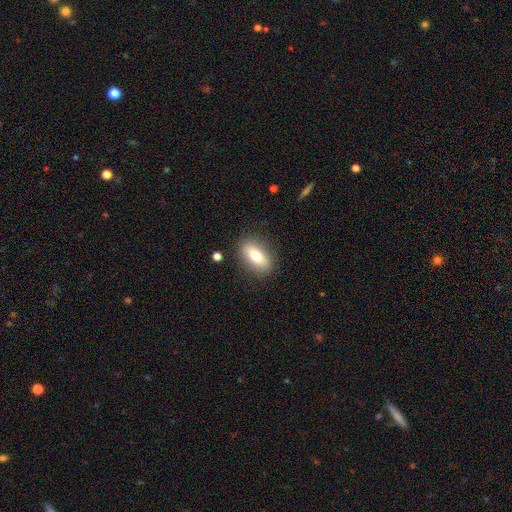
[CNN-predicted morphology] smooth_or_featured: smooth (p=0.76) [alt: featured or disk p=0.17]
how_rounded: in between (p=0.83) [alt: cigar-shaped p=0.11]
merging: none (p=0.86) [alt: minor disturbance p=0.10]